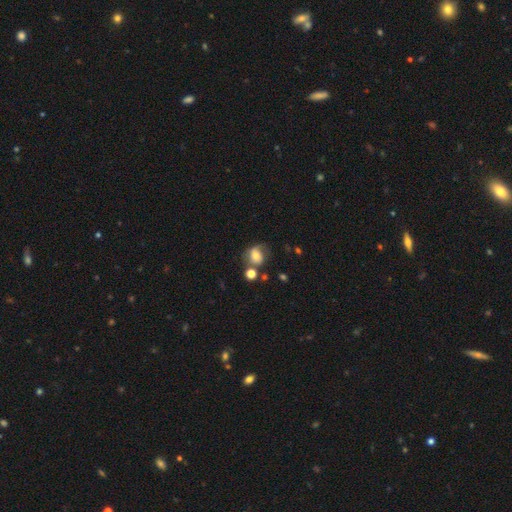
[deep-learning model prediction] Q: Smooth or featured?
A: smooth (61%); runner-up: featured or disk (28%)
Q: How rounded?
A: round (61%); runner-up: in between (38%)
Q: Merging?
A: none (47%); runner-up: minor disturbance (24%)